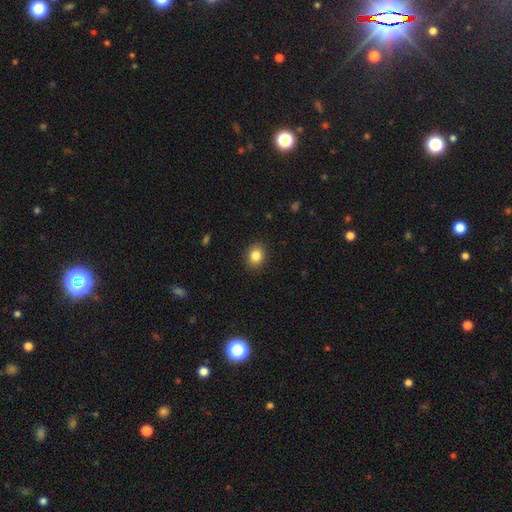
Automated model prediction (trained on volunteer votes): Overall: smooth (85%). How rounded: round (57%; in between 43%). Merging: none (89%).